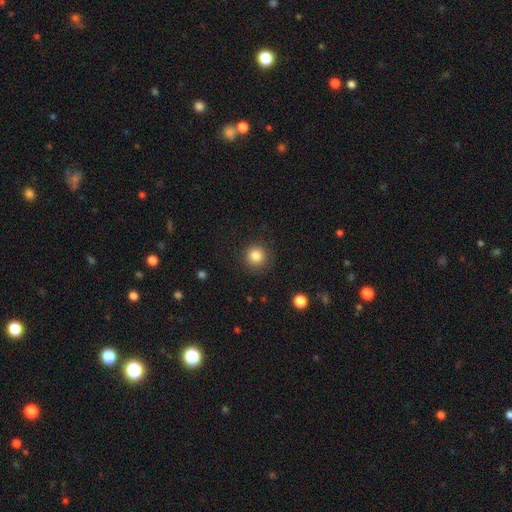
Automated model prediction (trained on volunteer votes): Smooth or featured?
  - smooth: 83% *
  - star or artifact: 11%
  - featured or disk: 6%
How rounded?
  - round: 93% *
  - in between: 6%
  - cigar-shaped: 1%
Merging?
  - none: 88% *
  - minor disturbance: 8%
  - major disturbance: 3%
  - merger: 1%